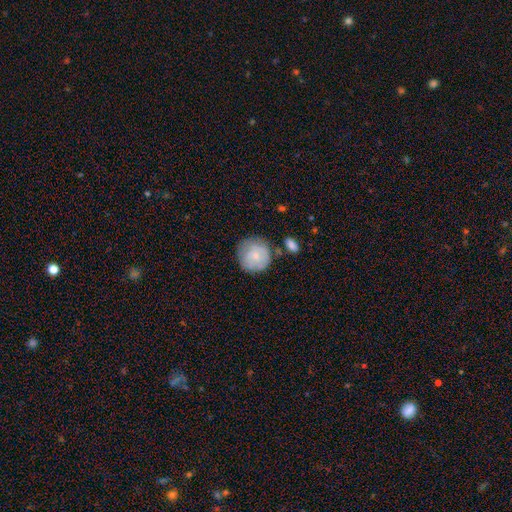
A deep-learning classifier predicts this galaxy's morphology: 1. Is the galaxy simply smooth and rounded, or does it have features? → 71% smooth, 22% featured or disk, 7% star or artifact.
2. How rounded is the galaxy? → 92% round, 7% in between, 1% cigar-shaped.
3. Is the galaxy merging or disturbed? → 68% none, 20% minor disturbance, 6% major disturbance, 5% merger.